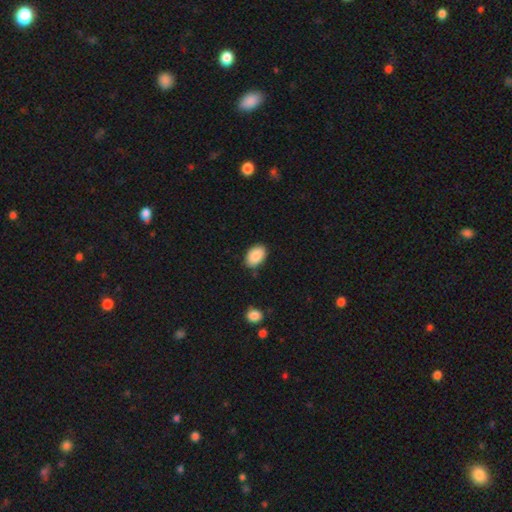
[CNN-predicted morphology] smooth_or_featured: smooth (p=0.89) [alt: star or artifact p=0.07]
how_rounded: in between (p=0.91) [alt: round p=0.08]
merging: none (p=0.84) [alt: minor disturbance p=0.12]